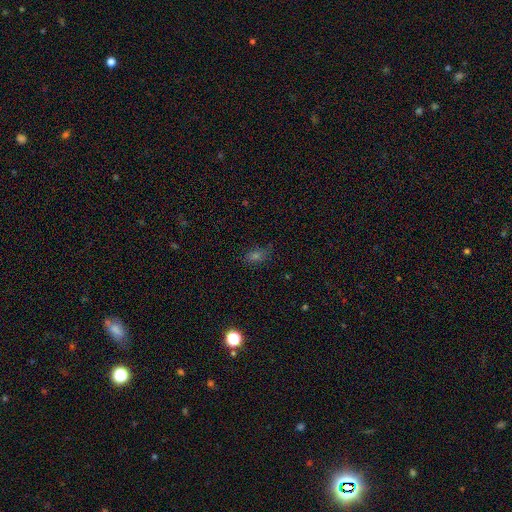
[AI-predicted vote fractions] Smooth or featured? Predicted: smooth (p=0.52). How rounded? Predicted: in between (p=0.71). Merging? Predicted: none (p=0.72).